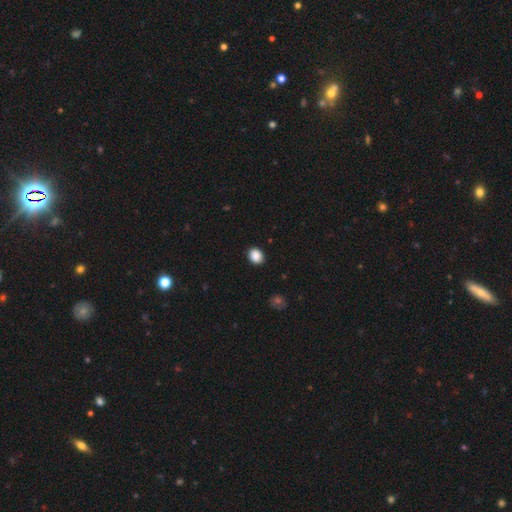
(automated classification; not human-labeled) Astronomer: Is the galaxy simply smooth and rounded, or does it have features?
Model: smooth — 88%.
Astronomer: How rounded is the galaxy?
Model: round — 57% (runner-up: in between, 42%).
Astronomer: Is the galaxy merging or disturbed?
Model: none — 91%.